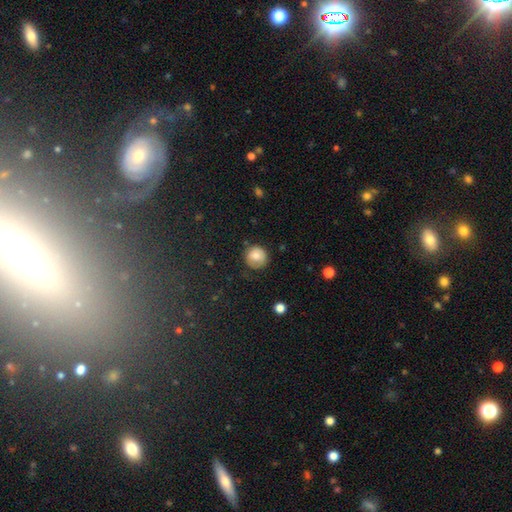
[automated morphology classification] A smooth galaxy with no disk features (77%) that is round (90%). Merging: none (72%).